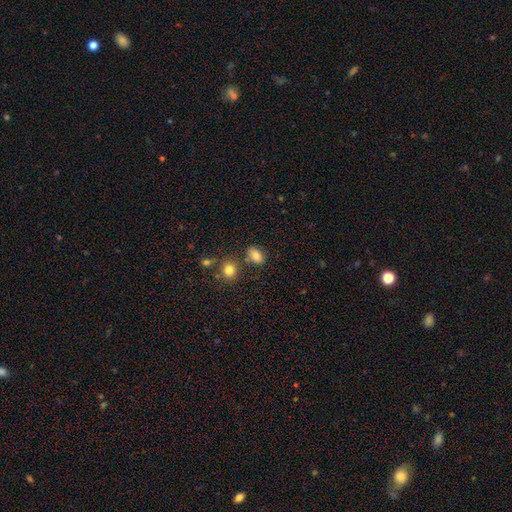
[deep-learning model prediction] The model was most divided on "how rounded": in between: 76%, round: 22%, cigar-shaped: 2%. More confident: smooth or featured — smooth (80%); merging — none (69%).